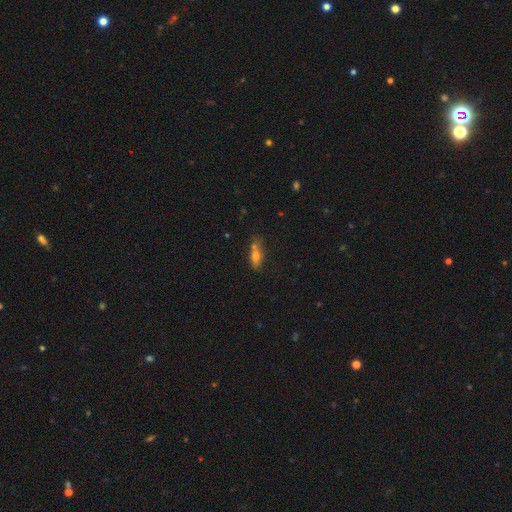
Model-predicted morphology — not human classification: A smooth galaxy with no disk features (60%) that is in between round and cigar-shaped (57%).

Vote fractions:
- Smooth or featured? smooth: 60% / featured or disk: 28% / star or artifact: 12%
- How rounded? in between: 57% / cigar-shaped: 37% / round: 5%
- Merging? none: 54% / minor disturbance: 21% / merger: 18% / major disturbance: 7%